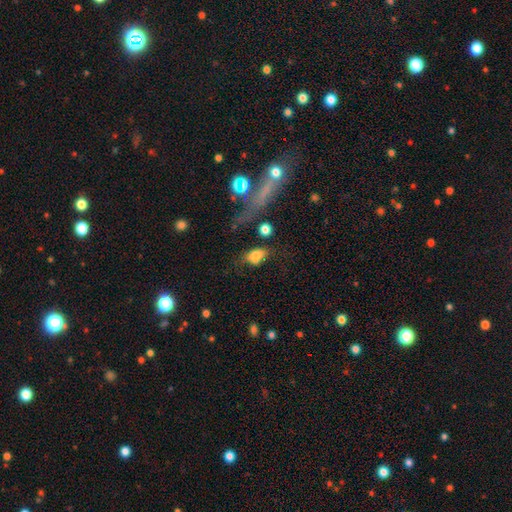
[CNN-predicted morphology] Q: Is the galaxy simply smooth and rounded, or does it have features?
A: smooth — 72%.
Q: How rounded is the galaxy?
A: in between — 83%.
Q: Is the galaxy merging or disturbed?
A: none — 38%.